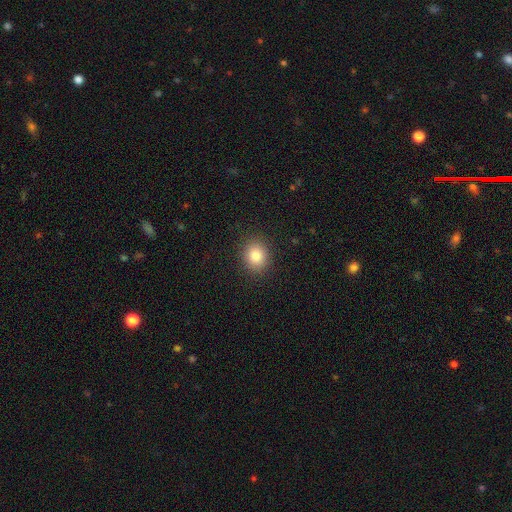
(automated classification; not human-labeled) Morphology: type=smooth (84%); roundness=round (67%); merging=none (90%).